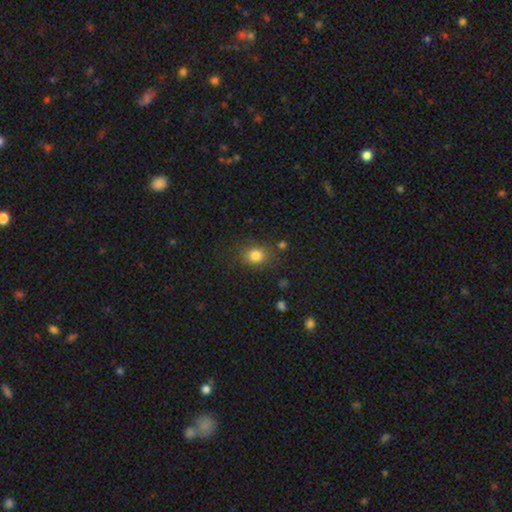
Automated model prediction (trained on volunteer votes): smooth-or-featured: smooth: 82% | star or artifact: 12% | featured or disk: 6%
  how-rounded: round: 58% | in between: 41% | cigar-shaped: 1%
  merging: none: 79% | minor disturbance: 13% | major disturbance: 5% | merger: 3%